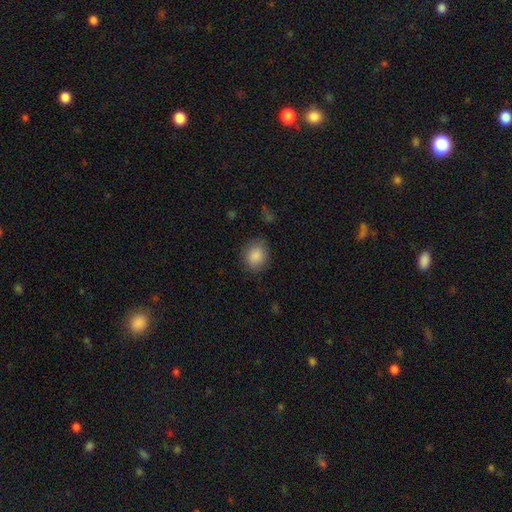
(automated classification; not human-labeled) Q: Smooth or featured?
A: smooth (88%); runner-up: star or artifact (8%)
Q: How rounded?
A: round (65%); runner-up: in between (34%)
Q: Merging?
A: none (83%); runner-up: minor disturbance (12%)